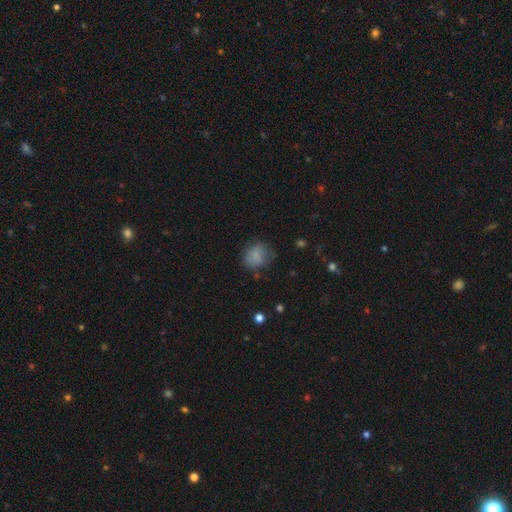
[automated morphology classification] Smooth or featured?
  - smooth: 83% *
  - star or artifact: 10%
  - featured or disk: 7%
How rounded?
  - round: 63% *
  - in between: 36%
  - cigar-shaped: 1%
Merging?
  - none: 69% *
  - minor disturbance: 22%
  - major disturbance: 8%
  - merger: 2%